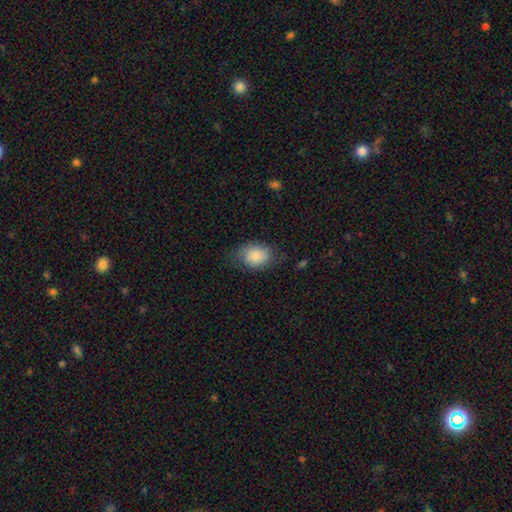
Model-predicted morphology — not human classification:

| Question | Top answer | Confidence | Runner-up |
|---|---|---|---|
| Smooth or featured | smooth | 85% | featured or disk (8%) |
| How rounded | in between | 70% | round (29%) |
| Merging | none | 68% | minor disturbance (23%) |